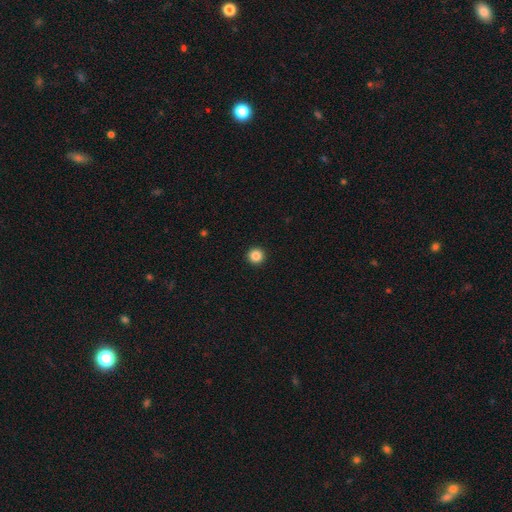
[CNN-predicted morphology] smooth-or-featured: smooth: 86% | star or artifact: 10% | featured or disk: 3%
  how-rounded: round: 96% | in between: 3% | cigar-shaped: 1%
  merging: none: 94% | minor disturbance: 3% | major disturbance: 1% | merger: 1%